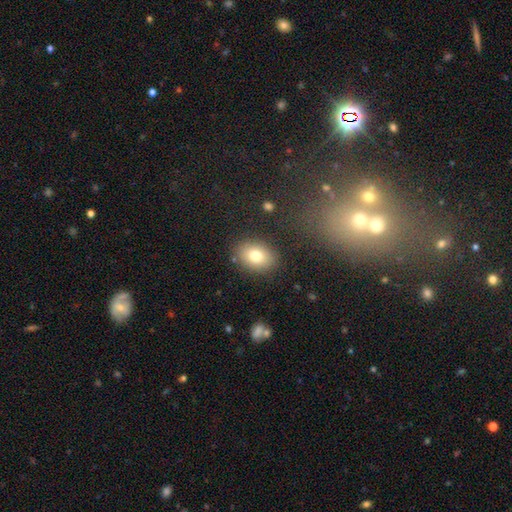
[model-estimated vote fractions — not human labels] Smooth or featured?
  - smooth: 79% *
  - featured or disk: 12%
  - star or artifact: 9%
How rounded?
  - in between: 74% *
  - round: 25%
  - cigar-shaped: 1%
Merging?
  - none: 85% *
  - minor disturbance: 10%
  - major disturbance: 3%
  - merger: 2%